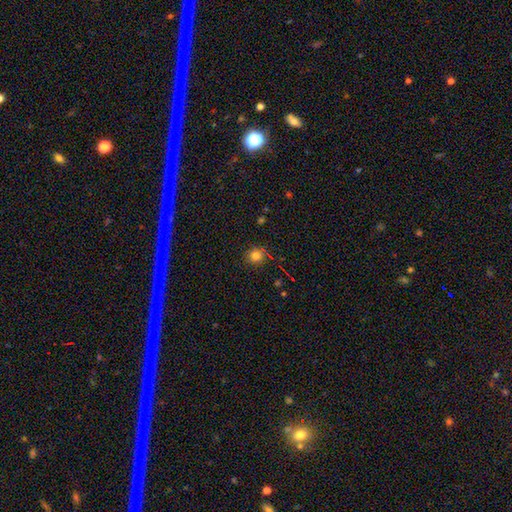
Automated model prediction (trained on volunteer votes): A smooth galaxy with no disk features (81%) that is round (85%). Merging: none (86%).